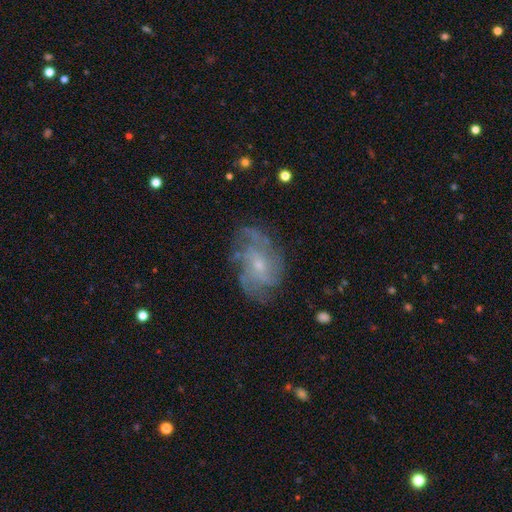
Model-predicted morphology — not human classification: Smooth or featured: featured or disk — 74% (star or artifact — 13%)
Edge-on disk: no — 96% (yes — 4%)
Bar: no — 61% (weak — 33%)
Spiral arms: yes — 93% (no — 7%)
Spiral winding: tight — 44% (medium — 41%)
Spiral arm count: can't tell — 33% (3 — 20%)
Bulge size: small — 66% (moderate — 27%)
Merging: none — 74% (minor disturbance — 17%)